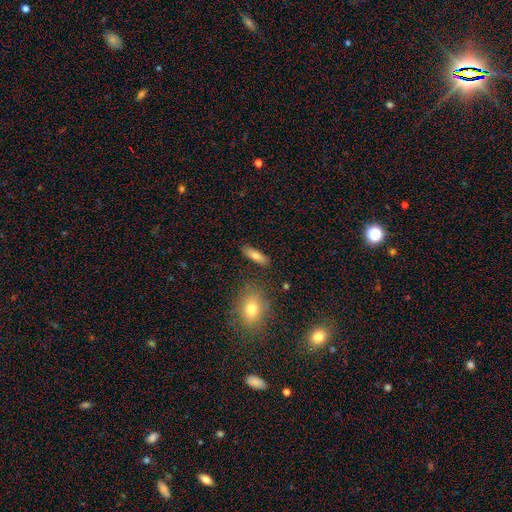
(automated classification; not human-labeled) Smooth or featured? smooth (78%)
How rounded? in between (55%)
Merging? none (84%)